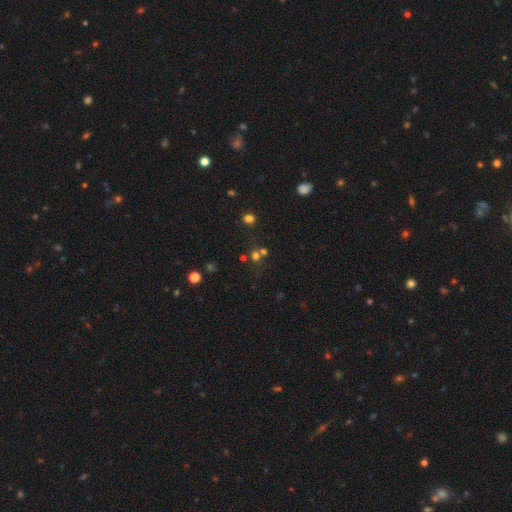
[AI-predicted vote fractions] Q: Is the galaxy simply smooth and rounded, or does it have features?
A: smooth — 53%.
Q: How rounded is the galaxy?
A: round — 86%.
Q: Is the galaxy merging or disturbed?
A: none — 58%.